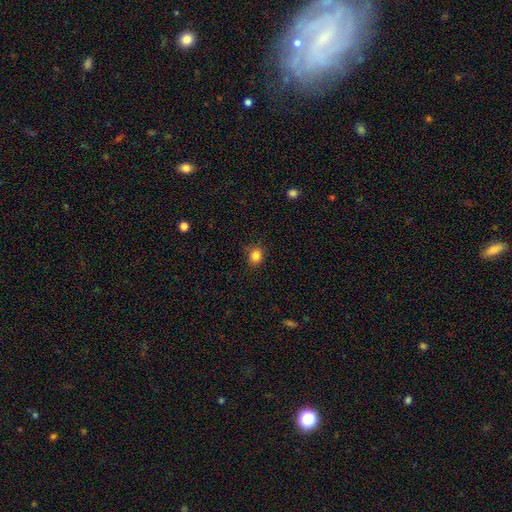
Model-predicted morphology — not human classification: The model was most divided on "how rounded": round: 78%, in between: 21%, cigar-shaped: 1%. More confident: merging — none (84%); smooth or featured — smooth (84%).